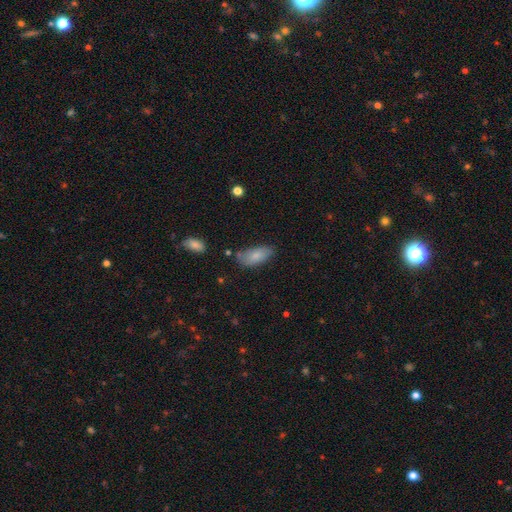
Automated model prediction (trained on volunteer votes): smooth 80%, featured or disk 13%, star or artifact 7%. Down the decision tree: how rounded — in between (89%); merging — none (67%).